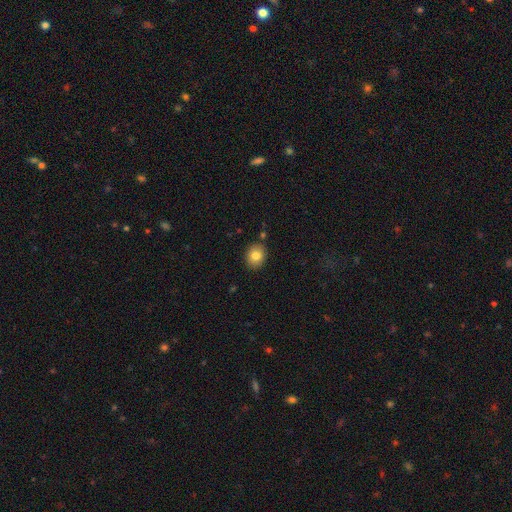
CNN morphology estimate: Smooth or featured? smooth (81%)
How rounded? round (54%)
Merging? none (86%)